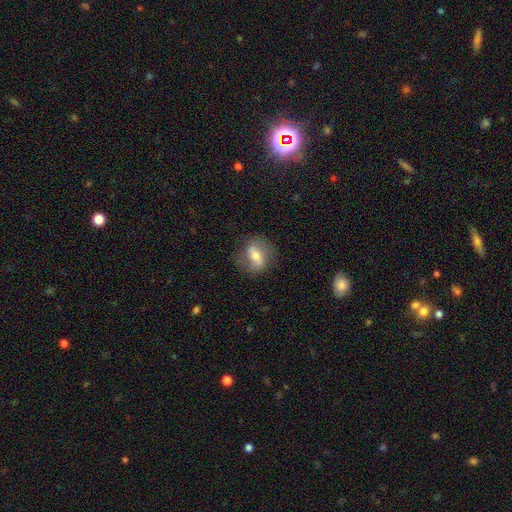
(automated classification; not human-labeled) This appears to be a featured or disk galaxy (51%). Merging: none (75%).